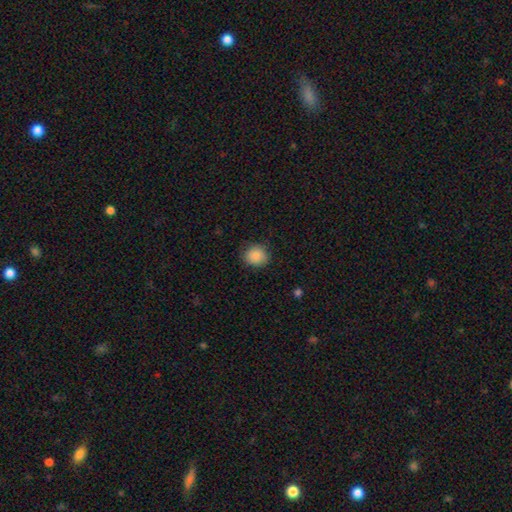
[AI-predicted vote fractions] Q: Smooth or featured?
A: smooth (88%); runner-up: star or artifact (8%)
Q: How rounded?
A: round (84%); runner-up: in between (15%)
Q: Merging?
A: none (84%); runner-up: minor disturbance (12%)